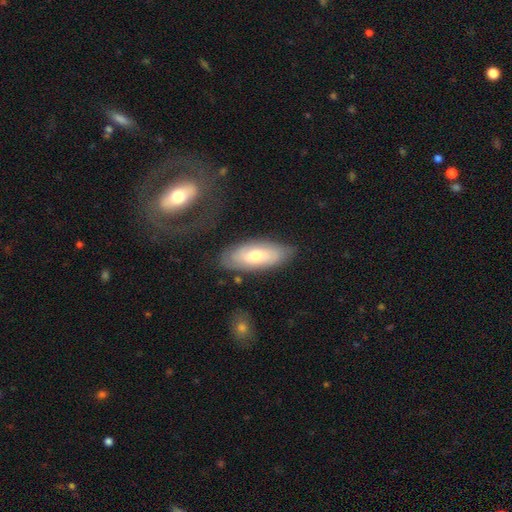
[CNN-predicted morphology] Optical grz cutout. It shows a smooth galaxy with no disk features (58%) that is in between round and cigar-shaped (80%). Merging: none (74%).